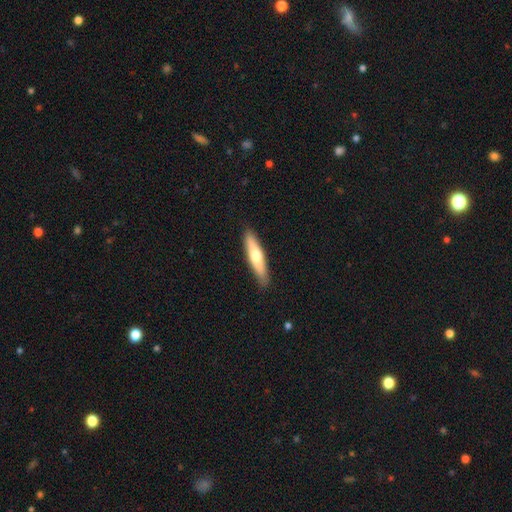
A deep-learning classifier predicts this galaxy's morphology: Overall: smooth (59%; featured or disk 36%). How rounded: cigar-shaped (82%). Merging: none (88%).